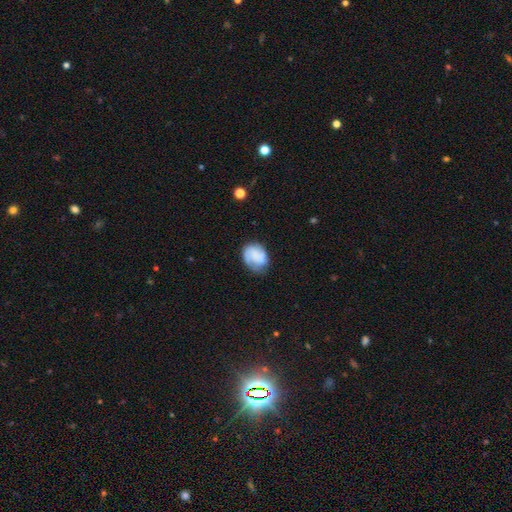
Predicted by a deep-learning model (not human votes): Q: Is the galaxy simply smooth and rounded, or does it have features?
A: smooth — 51%.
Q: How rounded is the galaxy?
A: in between — 58%.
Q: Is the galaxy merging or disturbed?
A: none — 57%.